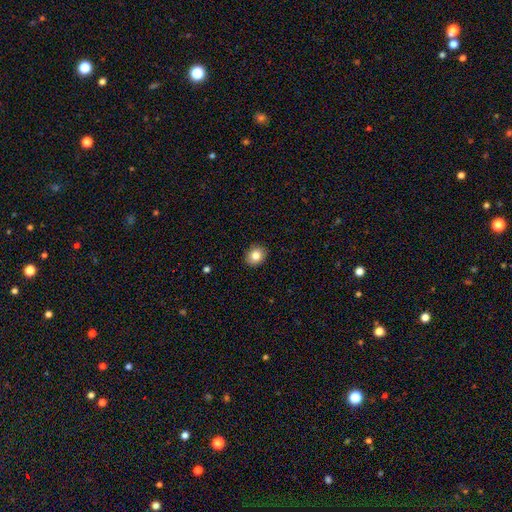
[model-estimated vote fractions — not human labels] A smooth galaxy with no disk features (83%) that is round (69%). Merging: none (90%).